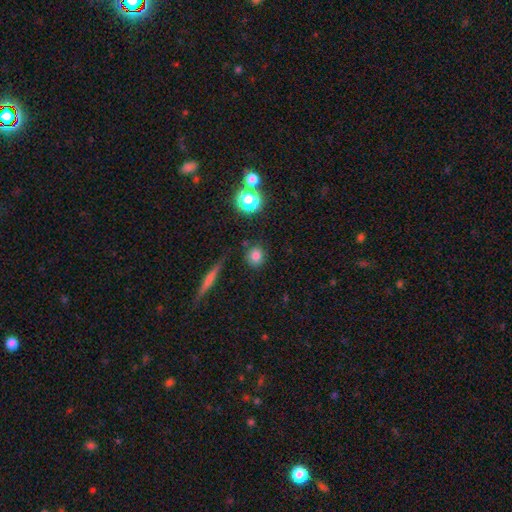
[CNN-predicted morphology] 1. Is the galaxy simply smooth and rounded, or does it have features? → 79% smooth, 14% star or artifact, 7% featured or disk.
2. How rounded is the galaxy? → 81% round, 16% in between, 3% cigar-shaped.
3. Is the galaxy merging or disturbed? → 82% none, 10% minor disturbance, 4% merger, 3% major disturbance.